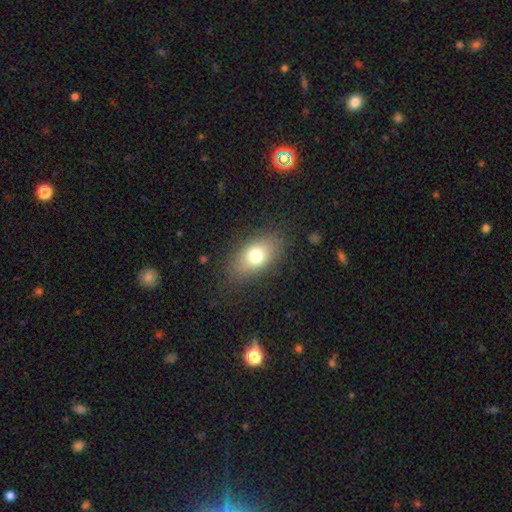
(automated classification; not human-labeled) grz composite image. It shows a smooth galaxy with no disk features (74%) that is in between round and cigar-shaped (83%). Merging: none (81%).